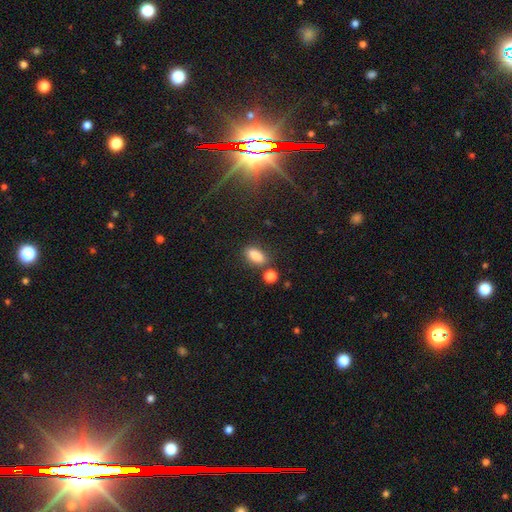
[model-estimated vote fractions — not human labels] Smooth or featured? Predicted: smooth (p=0.86). How rounded? Predicted: in between (p=0.81). Merging? Predicted: none (p=0.72).